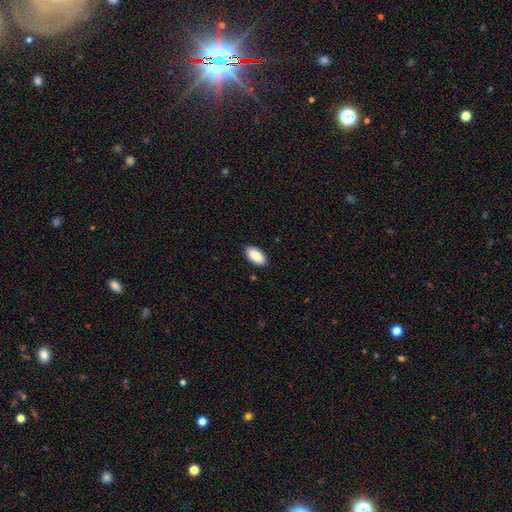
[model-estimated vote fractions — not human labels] Smooth or featured?
  - smooth: 89% *
  - star or artifact: 6%
  - featured or disk: 4%
How rounded?
  - in between: 94% *
  - cigar-shaped: 4%
  - round: 2%
Merging?
  - none: 88% *
  - minor disturbance: 9%
  - major disturbance: 2%
  - merger: 1%